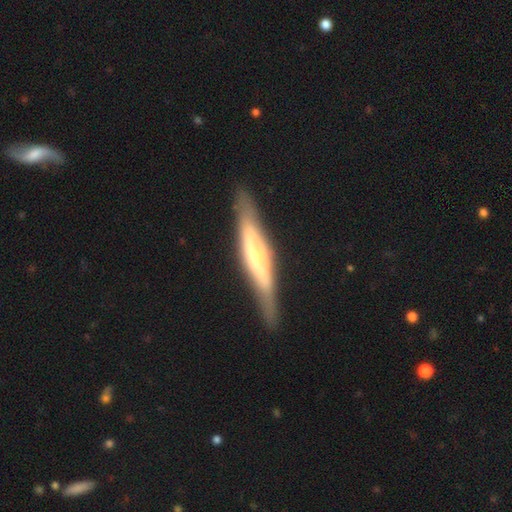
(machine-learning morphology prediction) type=featured or disk (69%); edge-on=yes (87%); edge-on bulge=rounded (57%); merging=none (84%).